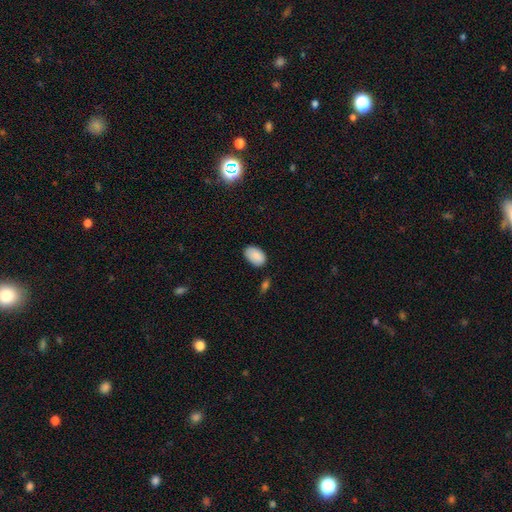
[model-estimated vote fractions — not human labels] smooth 88%, star or artifact 7%, featured or disk 6%. Down the decision tree: how rounded — in between (92%); merging — none (77%).